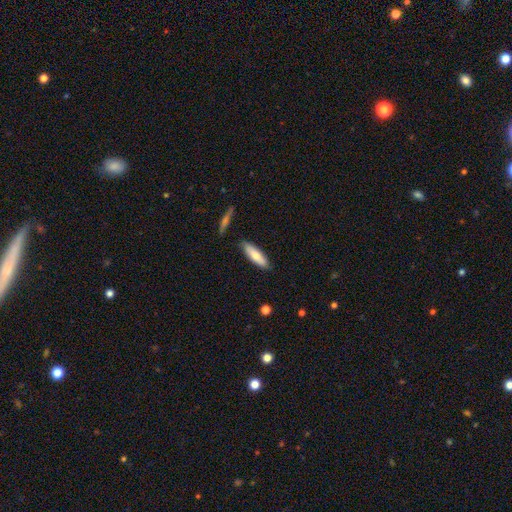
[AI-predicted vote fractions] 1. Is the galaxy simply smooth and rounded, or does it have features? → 74% smooth, 20% featured or disk, 6% star or artifact.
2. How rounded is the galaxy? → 53% cigar-shaped, 45% in between, 2% round.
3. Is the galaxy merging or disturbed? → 84% none, 12% minor disturbance, 3% merger, 2% major disturbance.